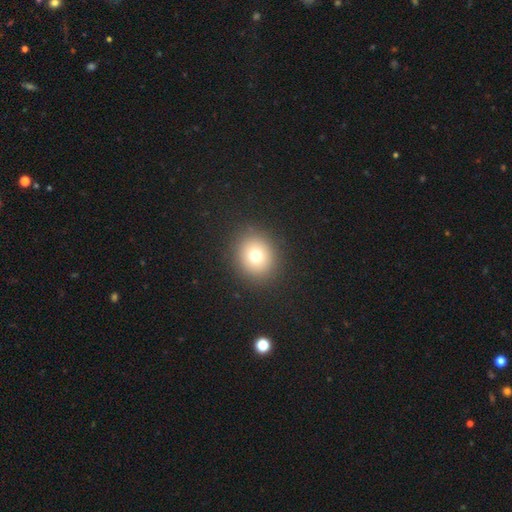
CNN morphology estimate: A smooth galaxy with no disk features (73%) that is round (79%).

Vote fractions:
- Smooth or featured? smooth: 73% / star or artifact: 15% / featured or disk: 12%
- How rounded? round: 79% / in between: 20% / cigar-shaped: 1%
- Merging? none: 90% / minor disturbance: 6% / major disturbance: 3% / merger: 1%